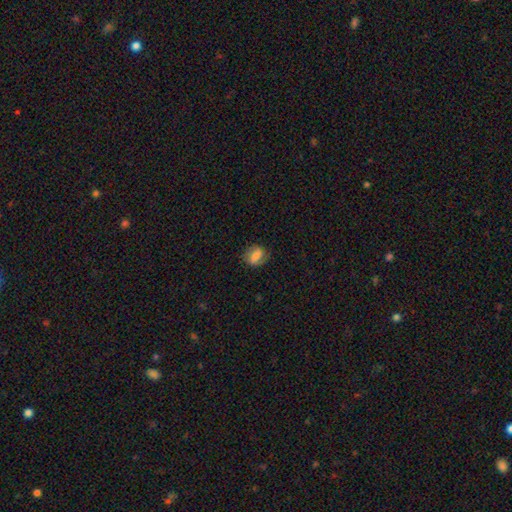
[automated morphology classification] Smooth or featured? Predicted: smooth (p=0.55). How rounded? Predicted: in between (p=0.56). Merging? Predicted: none (p=0.77).